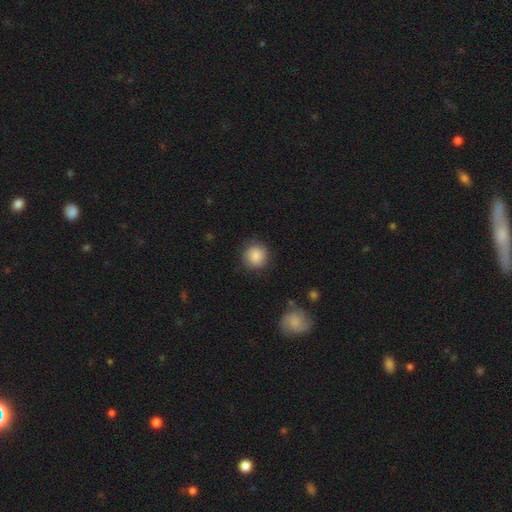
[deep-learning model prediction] Smooth or featured? smooth (87%)
How rounded? round (91%)
Merging? none (85%)